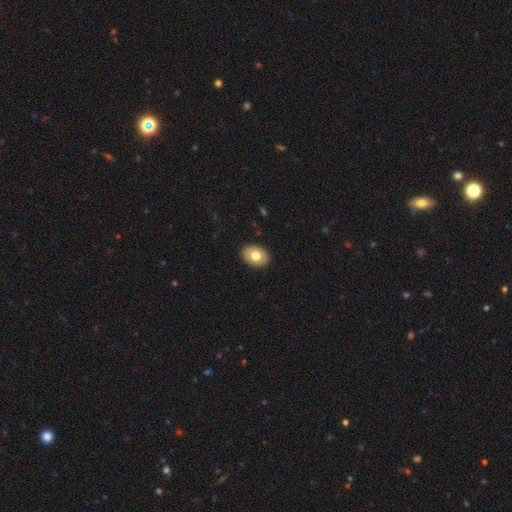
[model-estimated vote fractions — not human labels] smooth_or_featured: smooth (p=0.76) [alt: featured or disk p=0.17]
how_rounded: in between (p=0.69) [alt: round p=0.30]
merging: none (p=0.91) [alt: minor disturbance p=0.07]